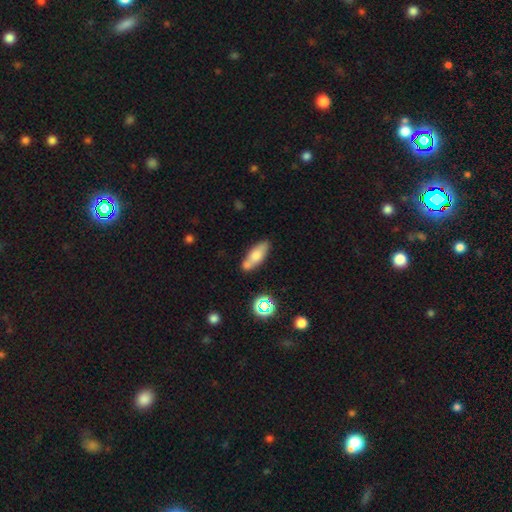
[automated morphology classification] The model was most divided on "how rounded": in between: 65%, cigar-shaped: 31%, round: 4%. More confident: smooth or featured — smooth (66%); merging — none (62%).